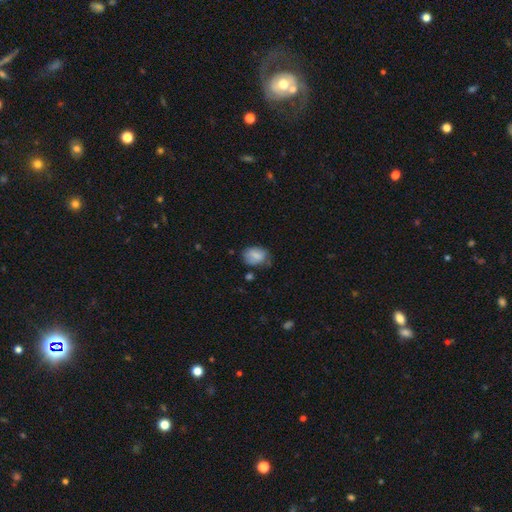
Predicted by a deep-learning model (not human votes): smooth 76%, featured or disk 16%, star or artifact 8%. Down the decision tree: how rounded — in between (71%); merging — none (53%).